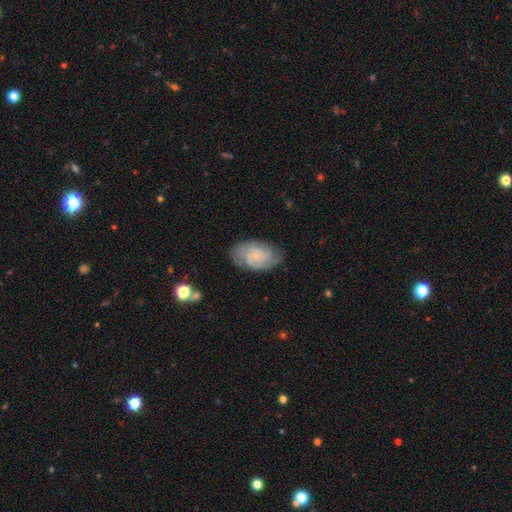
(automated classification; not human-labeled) A featured or disk galaxy (75%) with no bar (65%), 2 (44%) tight (57%) spiral arms (95%) and a small central bulge (71%). Merging: none (75%).